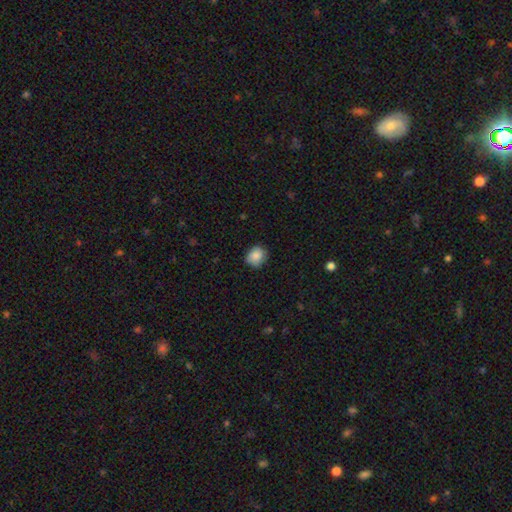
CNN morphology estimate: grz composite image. It shows a smooth galaxy with no disk features (87%) that is round (67%). Merging: none (79%).